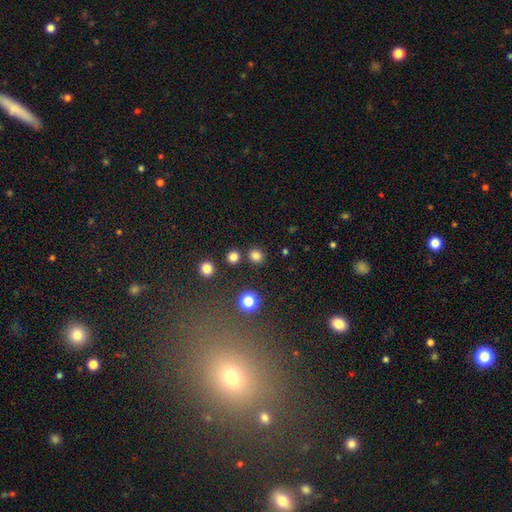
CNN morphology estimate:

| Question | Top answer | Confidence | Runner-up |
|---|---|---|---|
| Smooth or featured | smooth | 80% | star or artifact (16%) |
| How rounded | round | 81% | in between (18%) |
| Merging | none | 82% | merger (7%) |